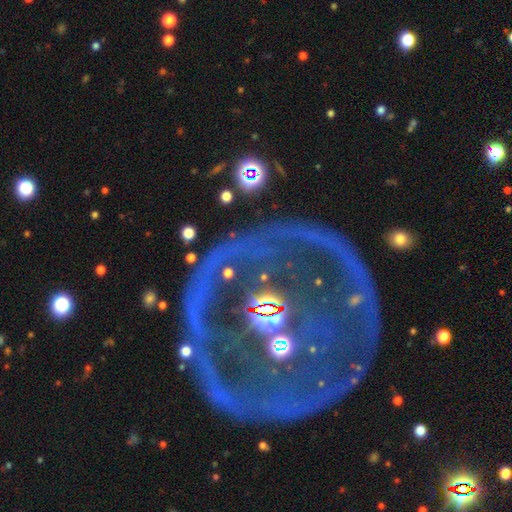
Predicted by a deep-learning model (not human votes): A featured or disk galaxy (48%). Merging: none (80%).